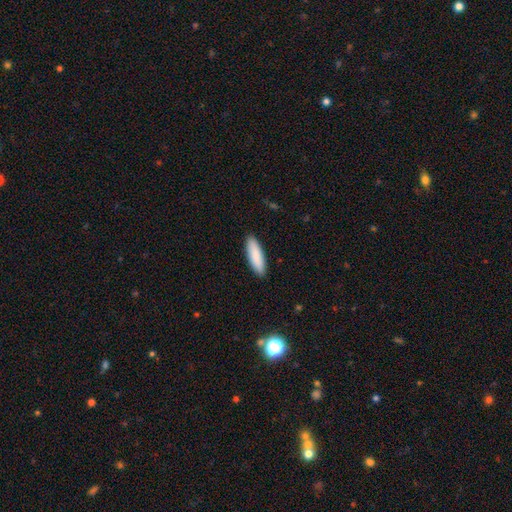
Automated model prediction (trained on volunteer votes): A smooth galaxy with no disk features (88%) that is cigar-shaped (54%). Merging: none (91%).